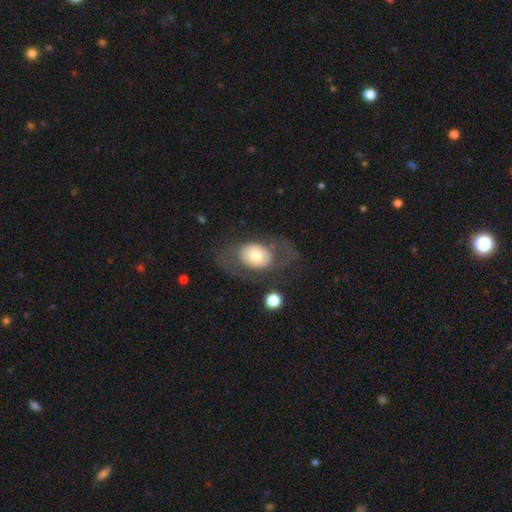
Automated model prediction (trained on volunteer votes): A smooth galaxy with no disk features (49%).

Vote fractions:
- Smooth or featured? smooth: 49% / featured or disk: 44% / star or artifact: 6%
- Merging? none: 65% / major disturbance: 18% / minor disturbance: 14% / merger: 3%